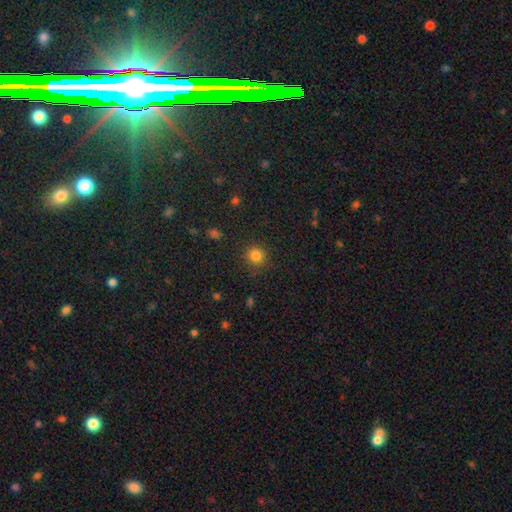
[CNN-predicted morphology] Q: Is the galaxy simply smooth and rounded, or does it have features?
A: smooth — 83%.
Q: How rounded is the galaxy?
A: round — 92%.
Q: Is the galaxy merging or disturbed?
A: none — 88%.